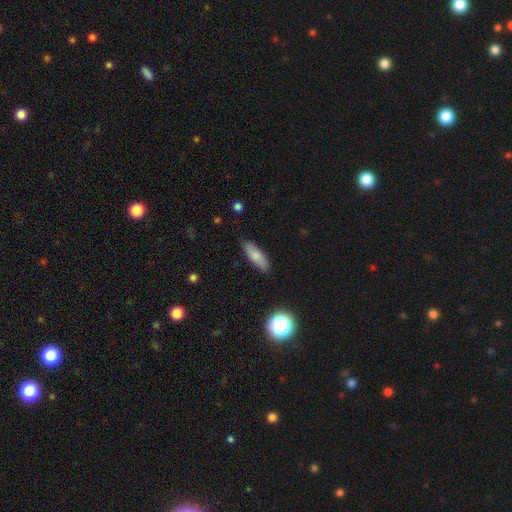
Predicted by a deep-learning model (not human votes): Smooth or featured? smooth (81%)
How rounded? in between (52%)
Merging? none (85%)